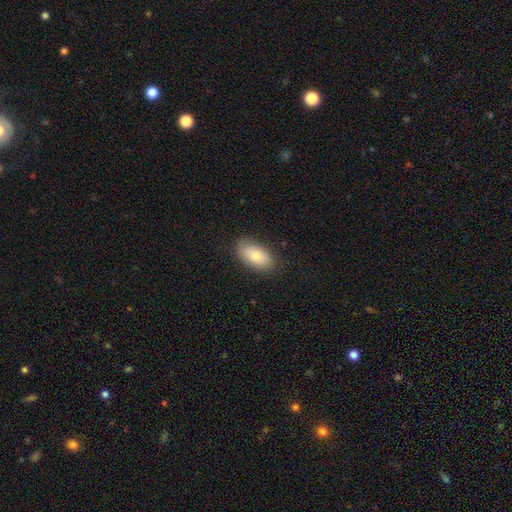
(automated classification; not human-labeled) smooth-or-featured: smooth: 79% | featured or disk: 15% | star or artifact: 7%
  how-rounded: in between: 93% | round: 4% | cigar-shaped: 4%
  merging: none: 82% | minor disturbance: 14% | major disturbance: 3% | merger: 1%